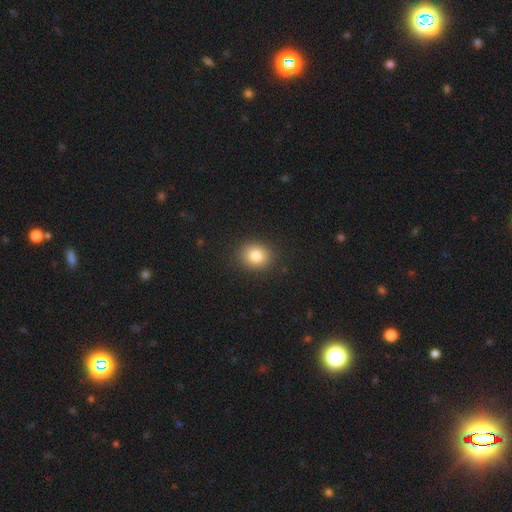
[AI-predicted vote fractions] smooth 83%, star or artifact 10%, featured or disk 7%. Down the decision tree: how rounded — round (67%); merging — none (89%).